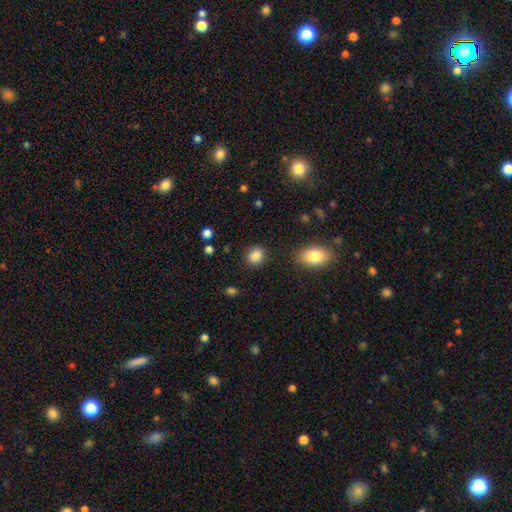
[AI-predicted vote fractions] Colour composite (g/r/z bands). It shows a smooth galaxy with no disk features (87%) that is round (65%). Merging: none (85%).